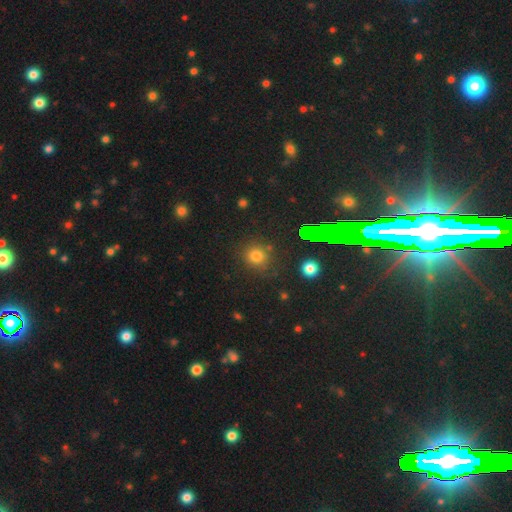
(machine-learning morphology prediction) Smooth or featured: smooth — 73% (star or artifact — 20%)
How rounded: round — 88% (in between — 10%)
Merging: none — 81% (minor disturbance — 10%)